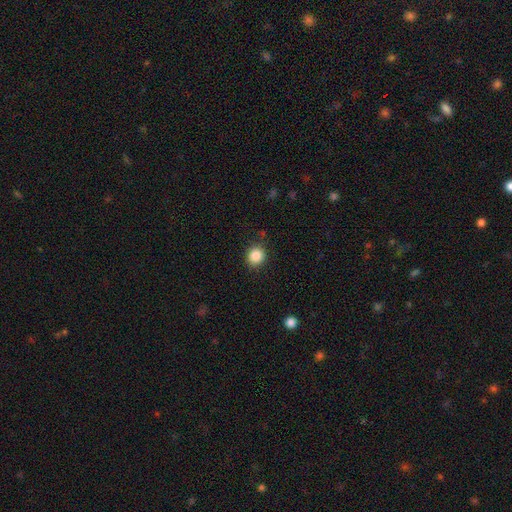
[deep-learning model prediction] Smooth or featured? smooth (87%)
How rounded? round (83%)
Merging? none (86%)